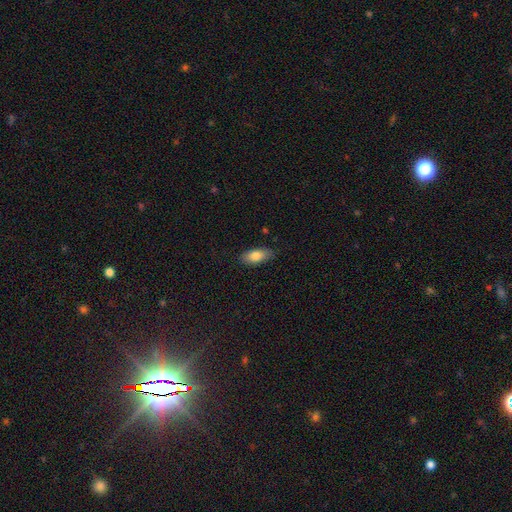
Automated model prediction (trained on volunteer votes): Smooth or featured? smooth (81%)
How rounded? in between (84%)
Merging? none (84%)